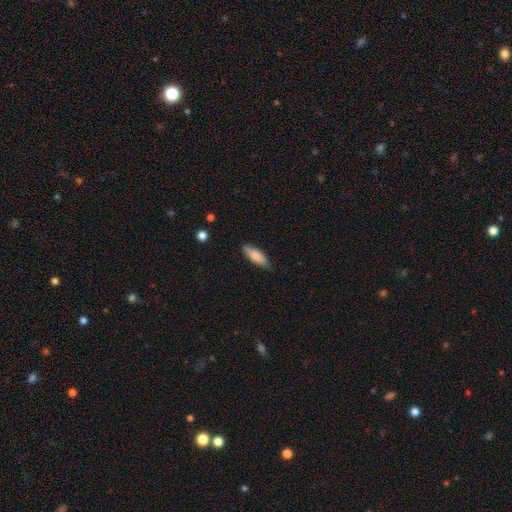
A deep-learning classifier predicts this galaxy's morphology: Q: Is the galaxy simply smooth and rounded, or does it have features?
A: smooth — 81%.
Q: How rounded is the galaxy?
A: in between — 66%.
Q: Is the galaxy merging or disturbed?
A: none — 79%.